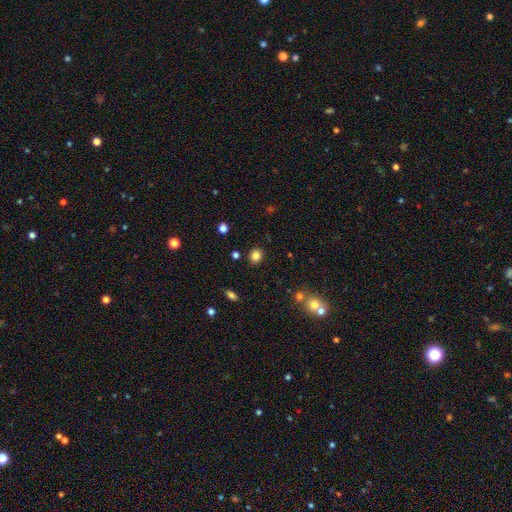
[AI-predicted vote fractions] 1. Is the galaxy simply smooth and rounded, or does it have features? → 83% smooth, 12% star or artifact, 5% featured or disk.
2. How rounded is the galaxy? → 78% round, 21% in between, 1% cigar-shaped.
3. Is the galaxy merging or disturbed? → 88% none, 7% minor disturbance, 2% major disturbance, 2% merger.